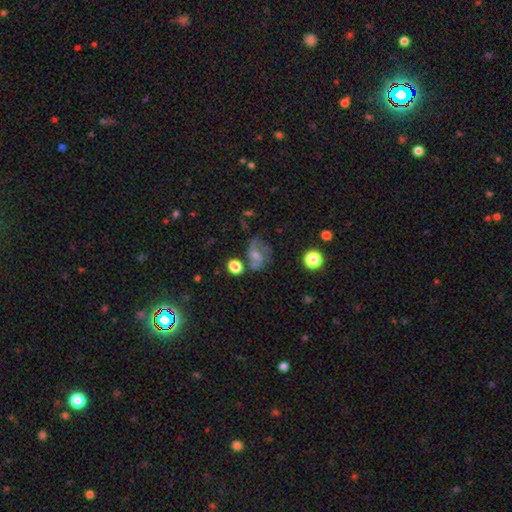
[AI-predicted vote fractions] Smooth or featured?
  - featured or disk: 51% *
  - smooth: 27%
  - star or artifact: 22%
Edge-on disk?
  - no: 96% *
  - yes: 4%
Merging?
  - none: 56% *
  - minor disturbance: 19%
  - major disturbance: 14%
  - merger: 11%